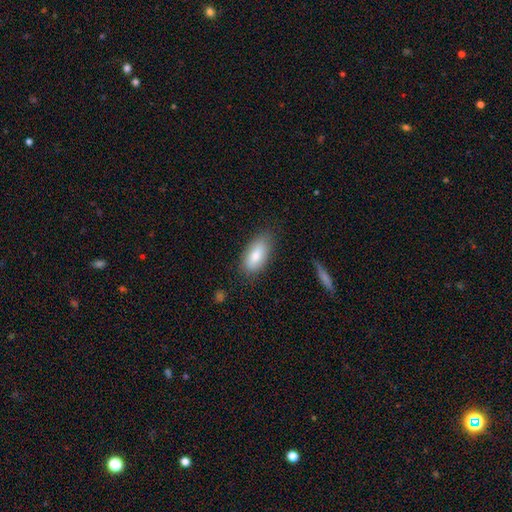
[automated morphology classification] smooth-or-featured: smooth: 81% | featured or disk: 13% | star or artifact: 6%
  how-rounded: in between: 88% | cigar-shaped: 9% | round: 3%
  merging: none: 78% | minor disturbance: 17% | major disturbance: 4% | merger: 2%